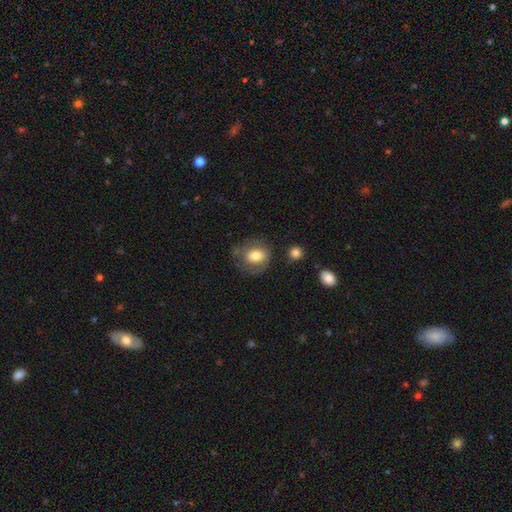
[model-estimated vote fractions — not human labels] smooth-or-featured: smooth: 71% | featured or disk: 21% | star or artifact: 8%
  how-rounded: round: 59% | in between: 40% | cigar-shaped: 1%
  merging: none: 62% | minor disturbance: 22% | major disturbance: 12% | merger: 4%